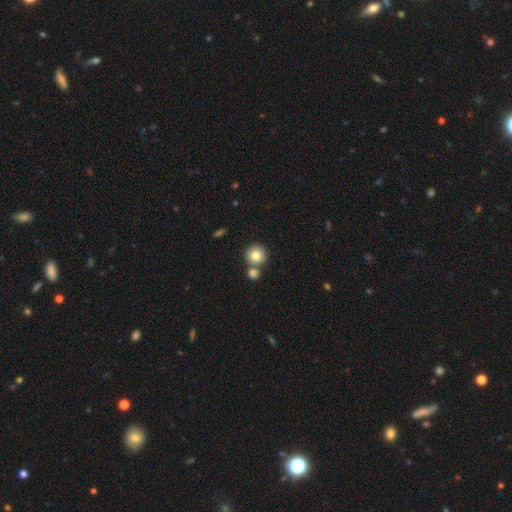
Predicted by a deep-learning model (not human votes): Morphology: type=smooth (81%); roundness=round (93%); merging=none (65%).